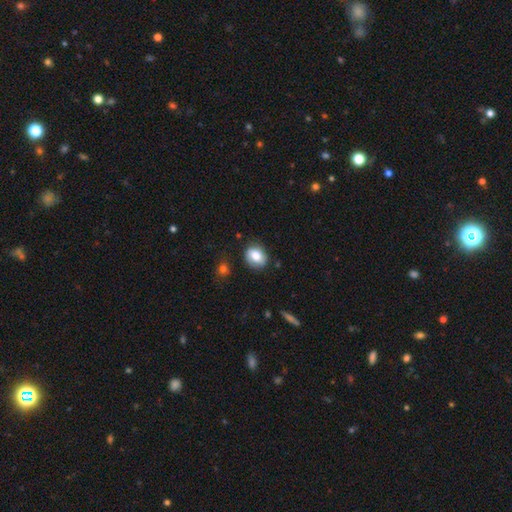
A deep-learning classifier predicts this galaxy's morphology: This appears to be a smooth galaxy with no disk features (74%) that is round (50%). Merging: none (71%).